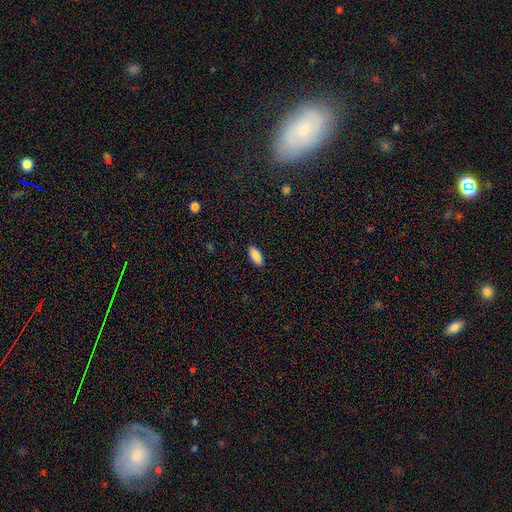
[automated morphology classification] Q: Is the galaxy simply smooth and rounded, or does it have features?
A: smooth — 89%.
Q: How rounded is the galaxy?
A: in between — 84%.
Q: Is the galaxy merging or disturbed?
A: none — 89%.